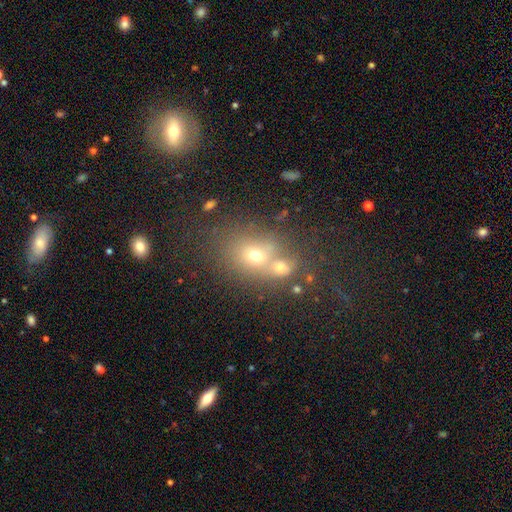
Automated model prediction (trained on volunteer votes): This appears to be a smooth galaxy with no disk features (57%) that is round (56%). Merging: merger (45%).